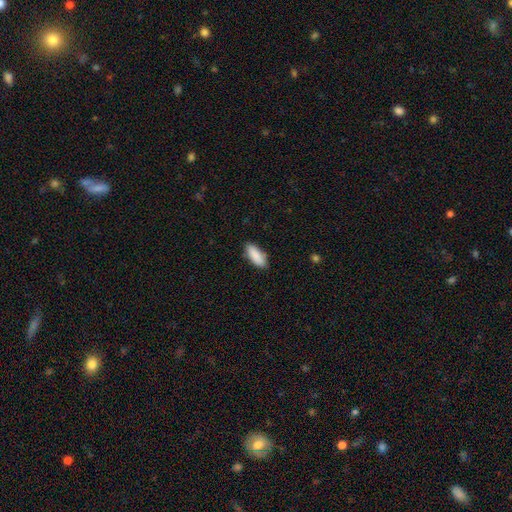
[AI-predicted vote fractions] A smooth galaxy with no disk features (89%) that is in between round and cigar-shaped (76%).

Vote fractions:
- Smooth or featured? smooth: 89% / star or artifact: 6% / featured or disk: 5%
- How rounded? in between: 76% / cigar-shaped: 22% / round: 2%
- Merging? none: 82% / minor disturbance: 14% / major disturbance: 2% / merger: 1%